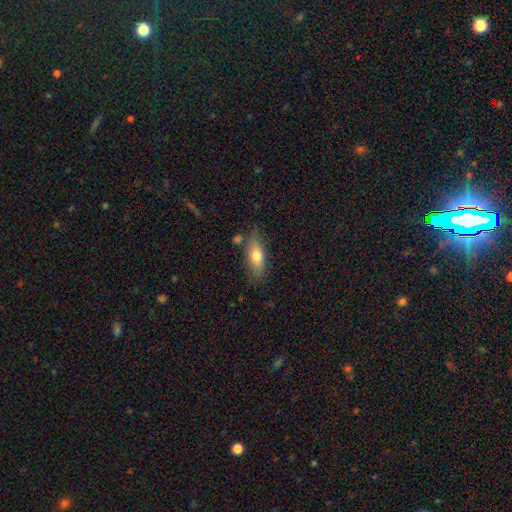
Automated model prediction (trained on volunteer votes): Morphology: type=smooth (69%); roundness=in between (69%); merging=none (73%).